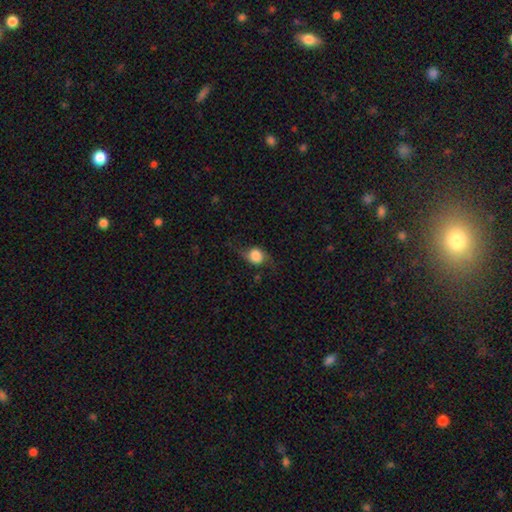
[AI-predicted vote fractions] The model was most divided on "smooth or featured": smooth: 52%, featured or disk: 39%, star or artifact: 10%. More confident: how rounded — round (67%); merging — none (61%).